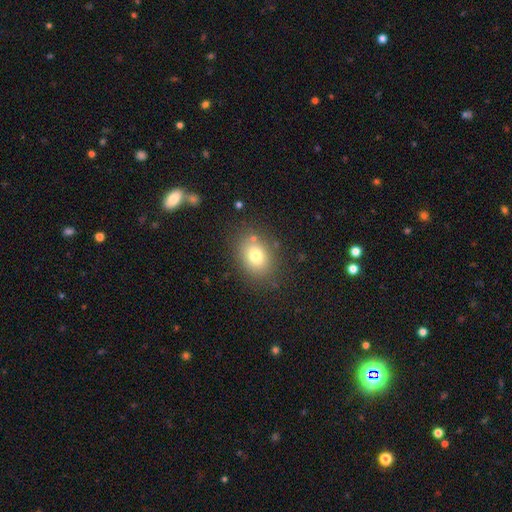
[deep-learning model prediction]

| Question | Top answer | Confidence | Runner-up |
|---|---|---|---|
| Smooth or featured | smooth | 76% | star or artifact (12%) |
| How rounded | in between | 59% | round (40%) |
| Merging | none | 81% | minor disturbance (11%) |